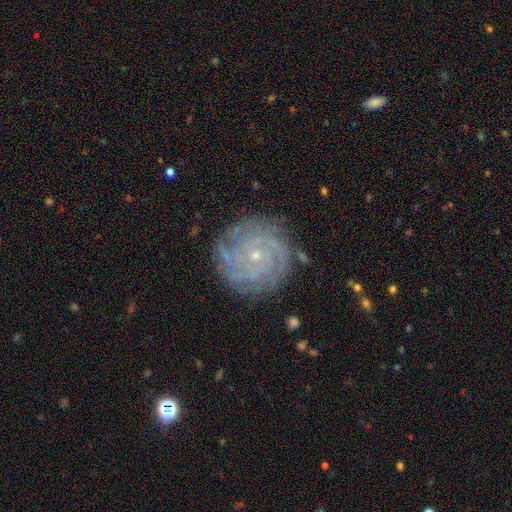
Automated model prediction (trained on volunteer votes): Smooth or featured? Predicted: featured or disk (p=0.83). Edge-on disk? Predicted: no (p=0.97). Bar? Predicted: no (p=0.80). Spiral arms? Predicted: yes (p=0.97). Spiral winding? Predicted: tight (p=0.81). Spiral arm count? Predicted: can't tell (p=0.25). Bulge size? Predicted: small (p=0.85). Merging? Predicted: none (p=0.84).